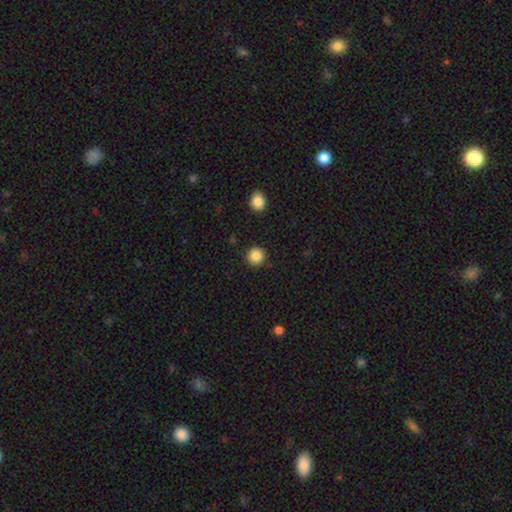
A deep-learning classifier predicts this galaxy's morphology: This is clearly a smooth galaxy (87%). How rounded: clearly round (94%). Merging: clearly none (91%).